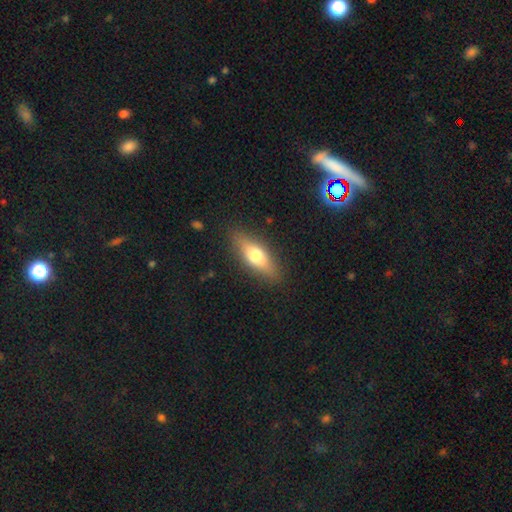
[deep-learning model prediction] Smooth or featured?
  - smooth: 62% *
  - featured or disk: 31%
  - star or artifact: 7%
How rounded?
  - in between: 58% *
  - cigar-shaped: 38%
  - round: 4%
Merging?
  - none: 86% *
  - minor disturbance: 10%
  - major disturbance: 3%
  - merger: 1%